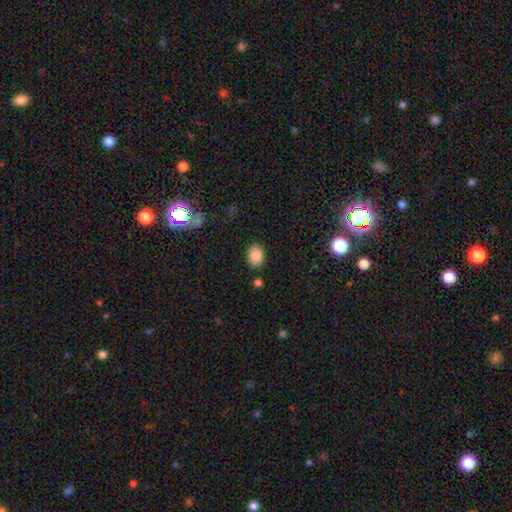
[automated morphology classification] Smooth or featured? smooth (85%)
How rounded? in between (72%)
Merging? none (86%)